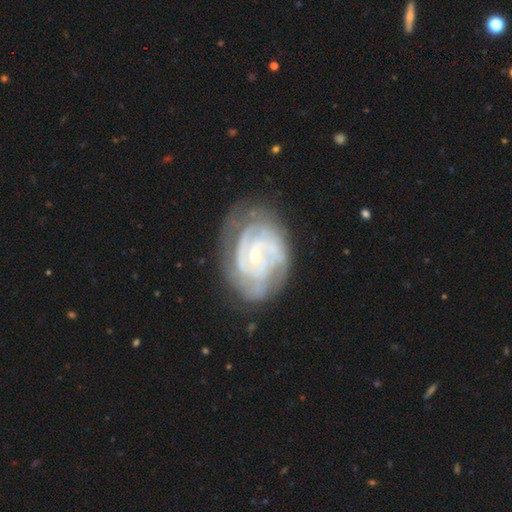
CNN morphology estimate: Smooth or featured: featured or disk — 88% (smooth — 7%)
Edge-on disk: no — 97% (yes — 3%)
Bar: no — 59% (weak — 33%)
Spiral arms: yes — 96% (no — 4%)
Spiral winding: tight — 67% (medium — 28%)
Spiral arm count: 2 — 27% (can't tell — 26%)
Bulge size: small — 68% (moderate — 28%)
Merging: none — 67% (minor disturbance — 21%)